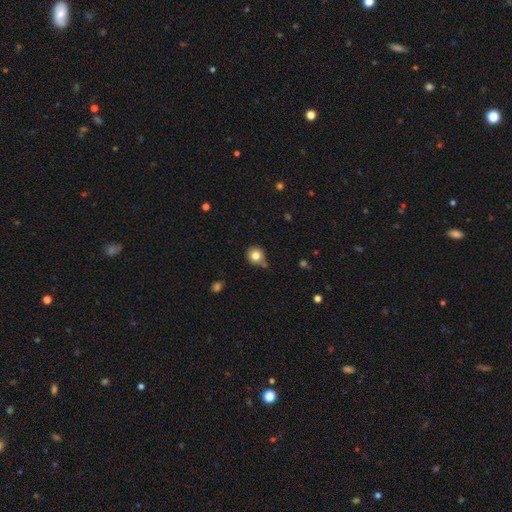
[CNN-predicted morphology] smooth_or_featured: smooth (p=0.80) [alt: star or artifact p=0.11]
how_rounded: round (p=0.83) [alt: in between p=0.16]
merging: none (p=0.60) [alt: minor disturbance p=0.27]